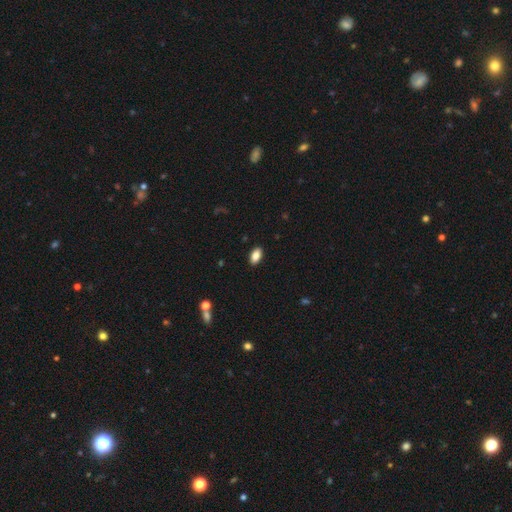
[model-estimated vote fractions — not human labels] Overall: smooth (85%). How rounded: in between (92%). Merging: none (90%).